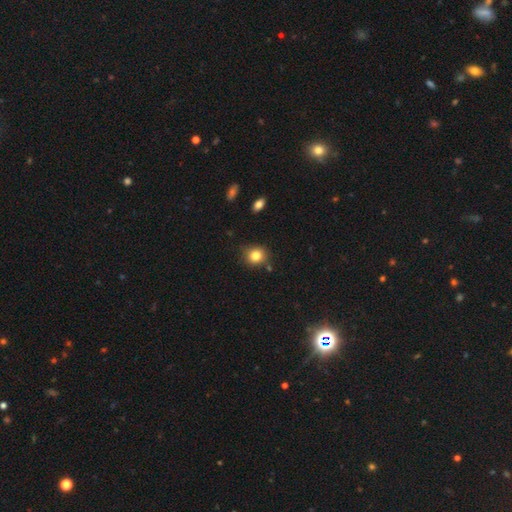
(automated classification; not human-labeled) Smooth or featured? smooth (83%)
How rounded? round (82%)
Merging? none (82%)